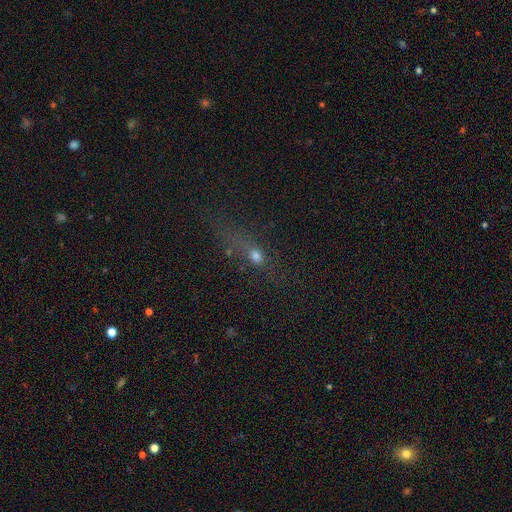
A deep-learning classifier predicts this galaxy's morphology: Smooth or featured? Predicted: smooth (p=0.52). How rounded? Predicted: in between (p=0.38). Merging? Predicted: none (p=0.45).